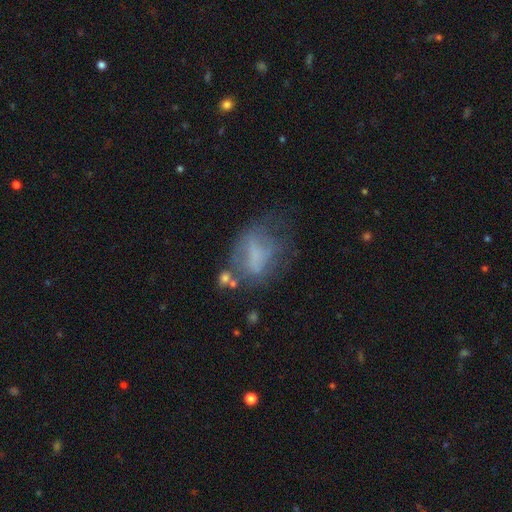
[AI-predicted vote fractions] Overall: smooth (45%; featured or disk 40%). Merging: none (37%; major disturbance 30%).